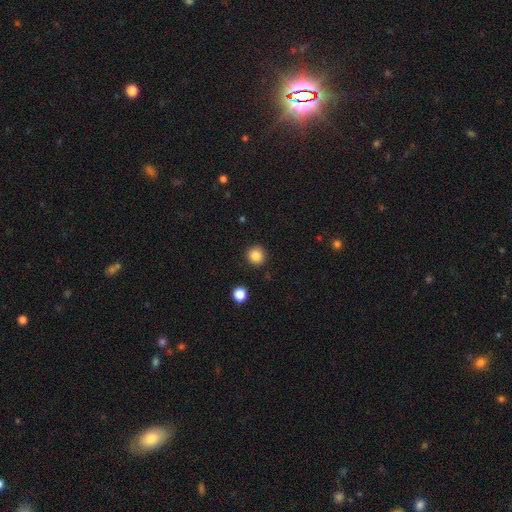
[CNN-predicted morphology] type=smooth (86%); roundness=round (94%); merging=none (91%).